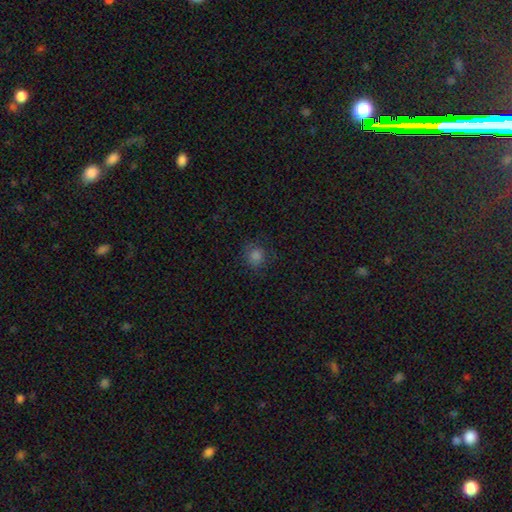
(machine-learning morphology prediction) smooth_or_featured: smooth (p=0.78) [alt: star or artifact p=0.17]
how_rounded: round (p=0.86) [alt: in between p=0.13]
merging: none (p=0.82) [alt: minor disturbance p=0.12]